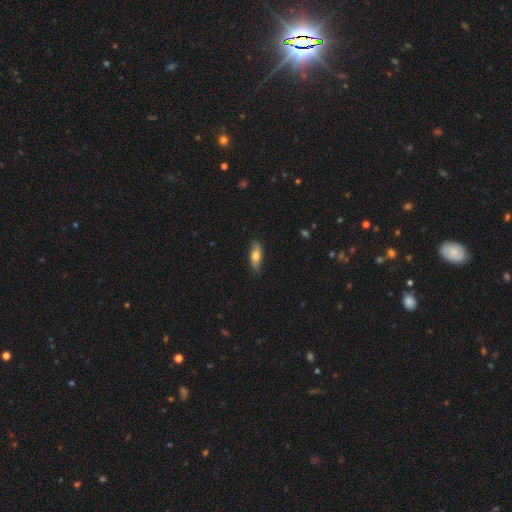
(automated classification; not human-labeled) This is likely a smooth galaxy (68%). How rounded: likely in between (63%). Merging: clearly none (82%).